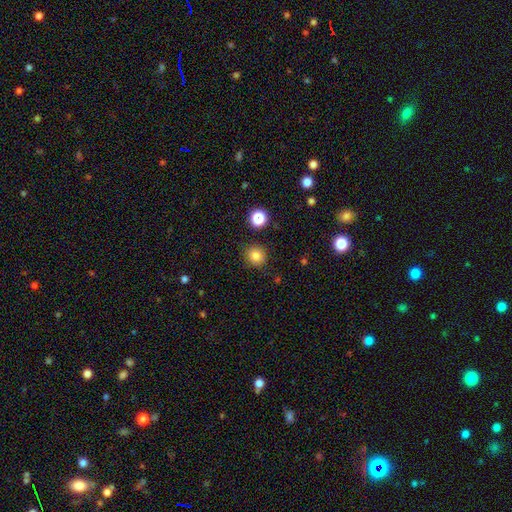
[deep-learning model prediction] This is clearly a smooth galaxy (83%). How rounded: clearly round (89%). Merging: clearly none (88%).